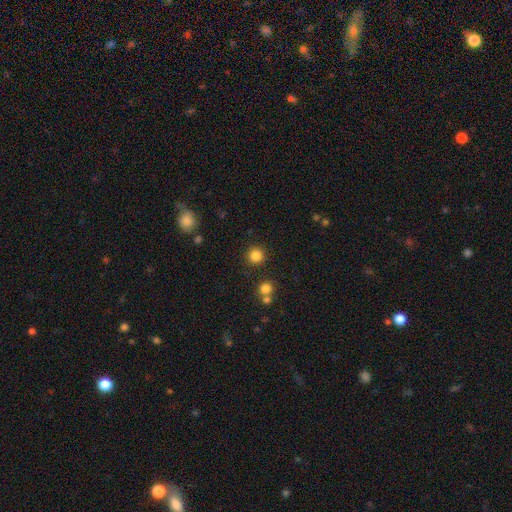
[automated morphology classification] This is clearly a smooth galaxy (83%). How rounded: clearly round (95%). Merging: clearly none (89%).